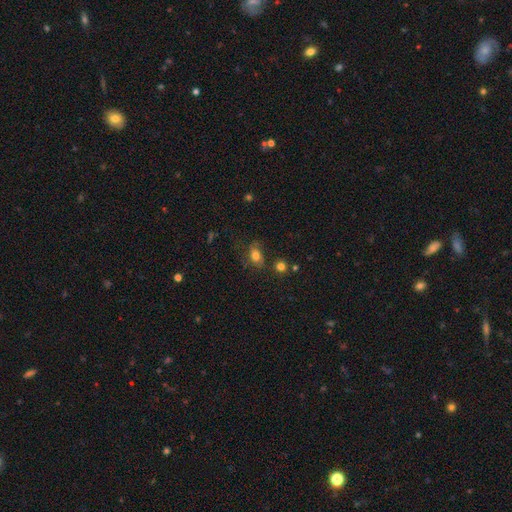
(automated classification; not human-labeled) Smooth or featured? smooth (74%)
How rounded? in between (75%)
Merging? none (61%)